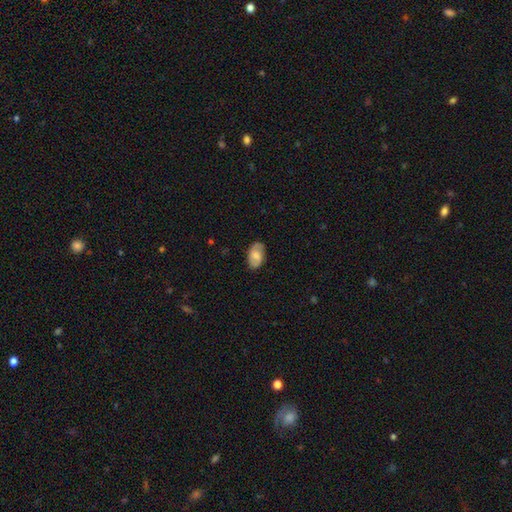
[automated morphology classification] Smooth or featured? Predicted: smooth (p=0.56). How rounded? Predicted: in between (p=0.92). Merging? Predicted: none (p=0.80).